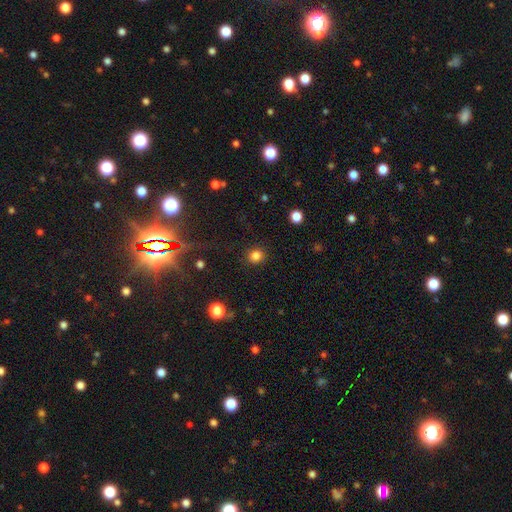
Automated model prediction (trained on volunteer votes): This appears to be a smooth galaxy with no disk features (83%) that is round (87%). Merging: none (90%).